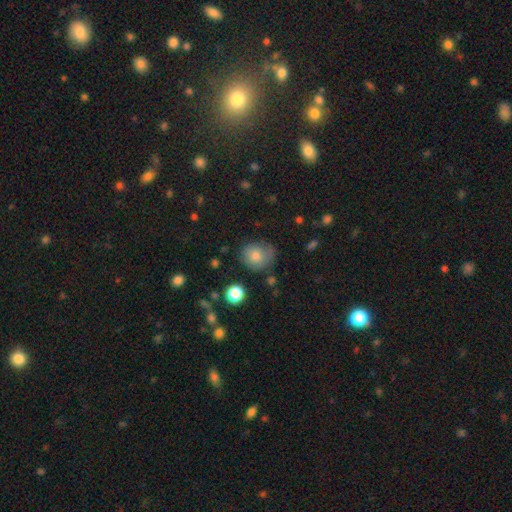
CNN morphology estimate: smooth-or-featured: smooth: 77% | featured or disk: 12% | star or artifact: 11%
  how-rounded: round: 75% | in between: 24% | cigar-shaped: 1%
  merging: none: 68% | minor disturbance: 23% | major disturbance: 6% | merger: 3%